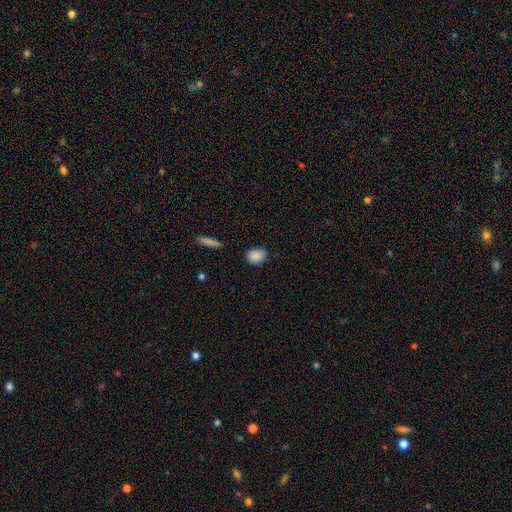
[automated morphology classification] The model was most divided on "how rounded": in between: 65%, round: 33%, cigar-shaped: 2%. More confident: smooth or featured — smooth (88%); merging — none (81%).